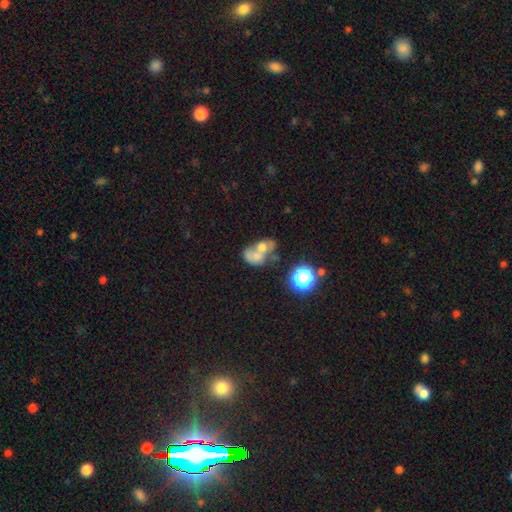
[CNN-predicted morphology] type=smooth (55%); roundness=in between (60%); merging=merger (69%).